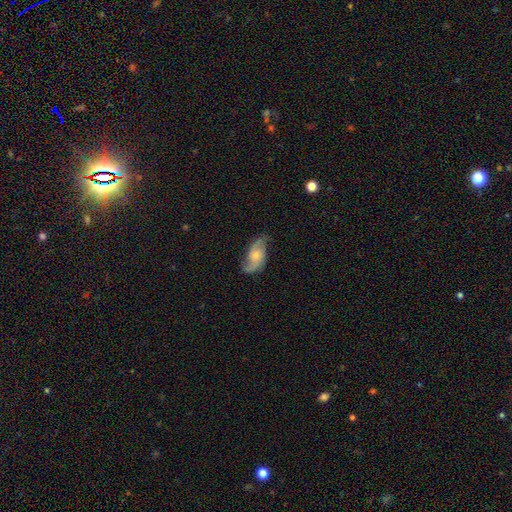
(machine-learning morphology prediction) smooth_or_featured: featured or disk (p=0.75) [alt: smooth p=0.19]
disk_edge_on: no (p=0.96) [alt: yes p=0.04]
bar: no (p=0.62) [alt: weak p=0.33]
has_spiral_arms: yes (p=0.95) [alt: no p=0.05]
spiral_winding: loose (p=0.44) [alt: medium p=0.42]
spiral_arm_count: 2 (p=0.87) [alt: can't tell p=0.05]
bulge_size: small (p=0.37) [alt: moderate p=0.35]
merging: none (p=0.69) [alt: minor disturbance p=0.21]